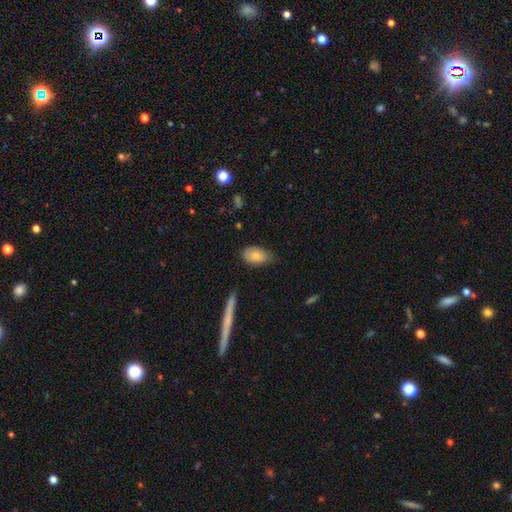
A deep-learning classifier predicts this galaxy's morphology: The model was most divided on "merging": none: 50%, minor disturbance: 39%, major disturbance: 8%, merger: 2%. More confident: how rounded — in between (91%); smooth or featured — smooth (78%).